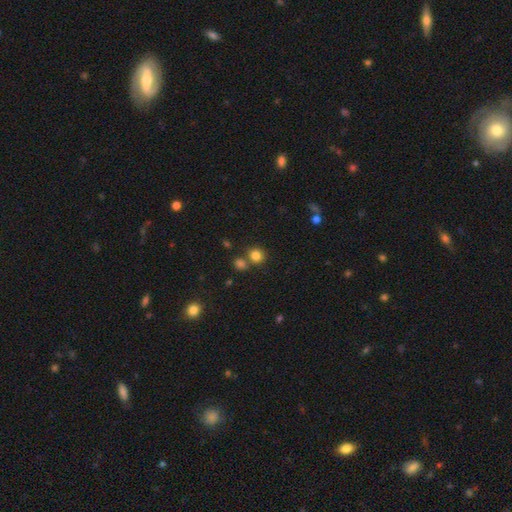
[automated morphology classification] Q: Smooth or featured?
A: smooth (81%); runner-up: star or artifact (13%)
Q: How rounded?
A: round (86%); runner-up: in between (13%)
Q: Merging?
A: none (69%); runner-up: merger (19%)